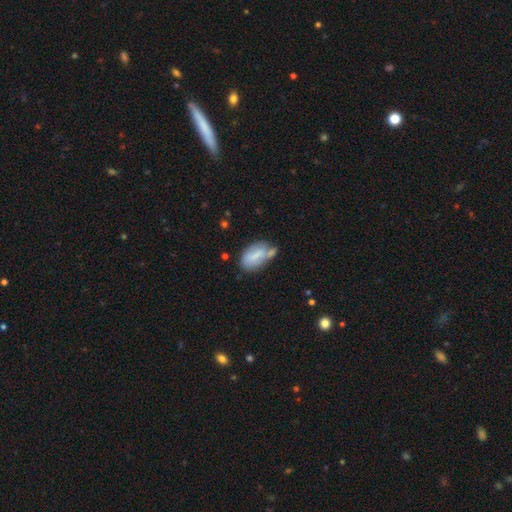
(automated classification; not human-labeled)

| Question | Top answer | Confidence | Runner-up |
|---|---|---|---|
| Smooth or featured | smooth | 66% | featured or disk (26%) |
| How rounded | in between | 91% | round (6%) |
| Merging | none | 37% | minor disturbance (28%) |